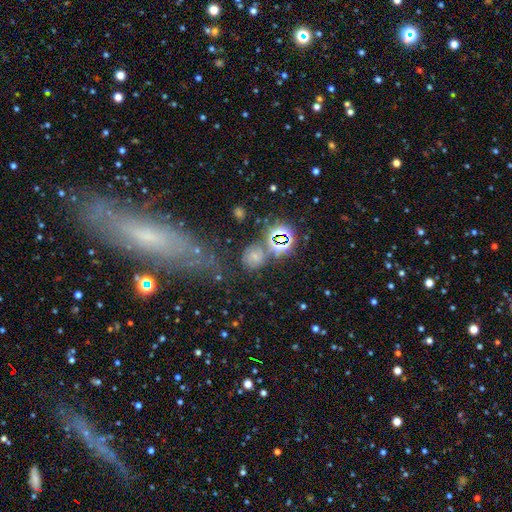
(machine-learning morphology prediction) Overall: smooth (40%; star or artifact 39%). Merging: none (65%).